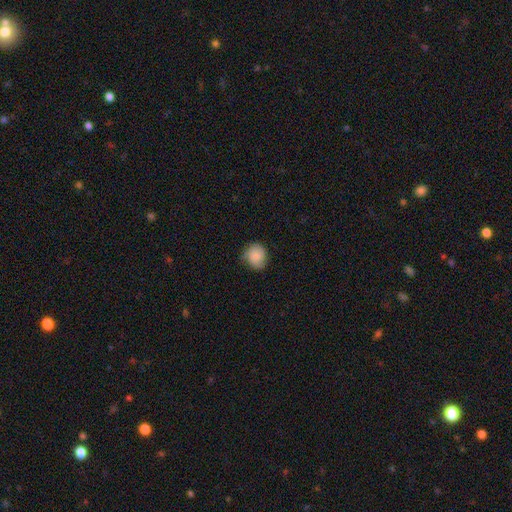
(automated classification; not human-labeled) Smooth or featured? Predicted: smooth (p=0.74). How rounded? Predicted: round (p=0.74). Merging? Predicted: none (p=0.70).